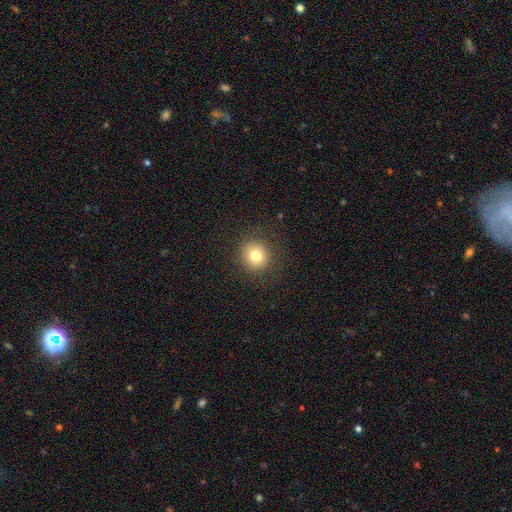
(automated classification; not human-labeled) smooth-or-featured: smooth: 79% | star or artifact: 12% | featured or disk: 9%
  how-rounded: round: 88% | in between: 11% | cigar-shaped: 1%
  merging: none: 88% | minor disturbance: 8% | major disturbance: 3% | merger: 1%